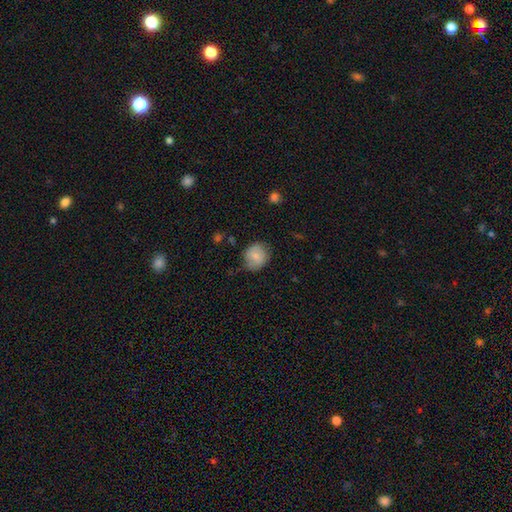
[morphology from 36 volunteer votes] Smooth or featured? smooth (83%)
How rounded? round (83%)
Merging? none (66%)